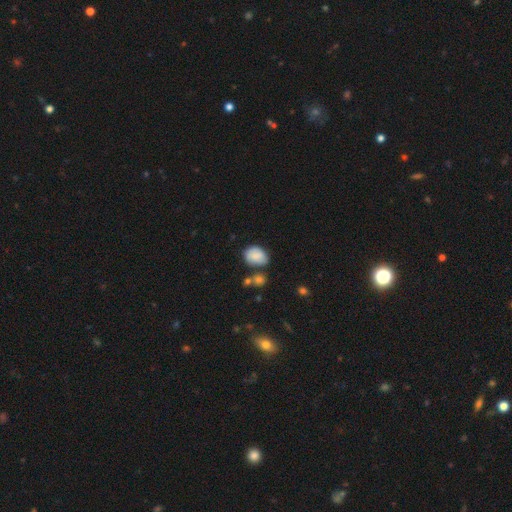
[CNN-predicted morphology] A smooth galaxy with no disk features (81%) that is in between round and cigar-shaped (69%). Merging: none (56%).